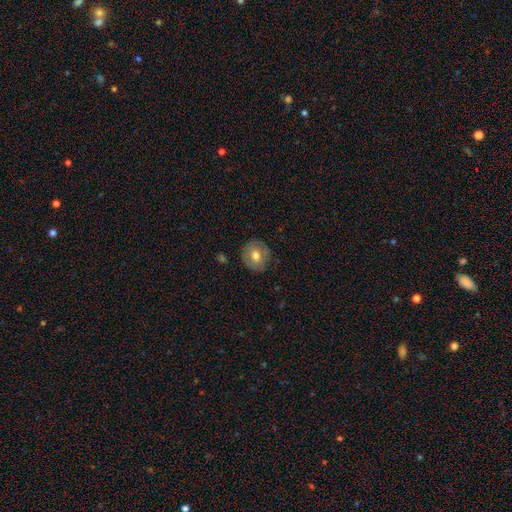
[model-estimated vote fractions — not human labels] This is likely a smooth galaxy (64%). How rounded: clearly round (83%). Merging: clearly none (85%).